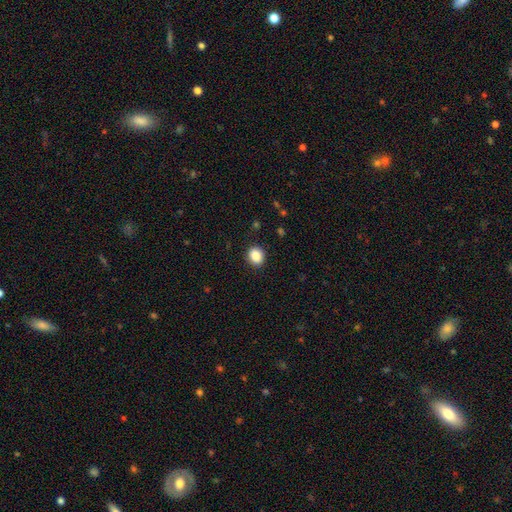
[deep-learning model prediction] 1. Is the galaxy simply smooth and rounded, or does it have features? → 88% smooth, 9% star or artifact, 3% featured or disk.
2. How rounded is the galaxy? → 62% round, 37% in between, 1% cigar-shaped.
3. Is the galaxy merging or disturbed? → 88% none, 8% minor disturbance, 2% major disturbance, 1% merger.